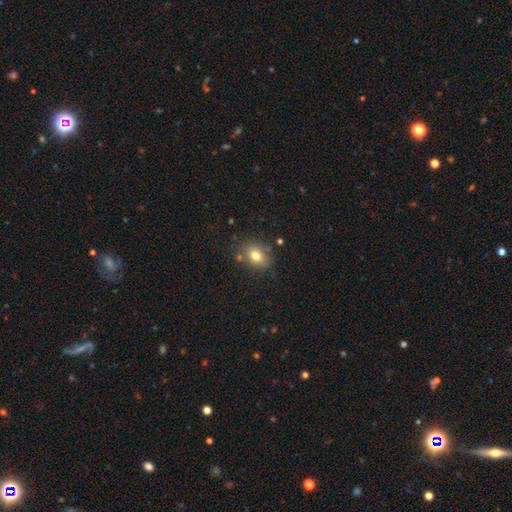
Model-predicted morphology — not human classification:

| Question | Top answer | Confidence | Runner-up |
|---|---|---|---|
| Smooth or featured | smooth | 75% | featured or disk (14%) |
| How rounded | in between | 65% | round (34%) |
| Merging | none | 76% | minor disturbance (14%) |